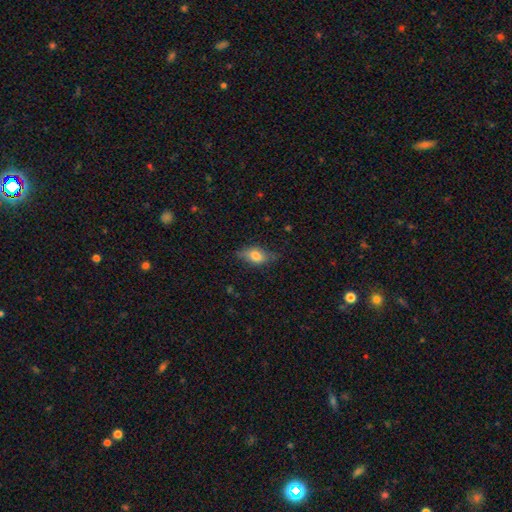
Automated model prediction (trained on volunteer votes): A smooth galaxy with no disk features (70%) that is in between round and cigar-shaped (82%). Merging: none (68%).